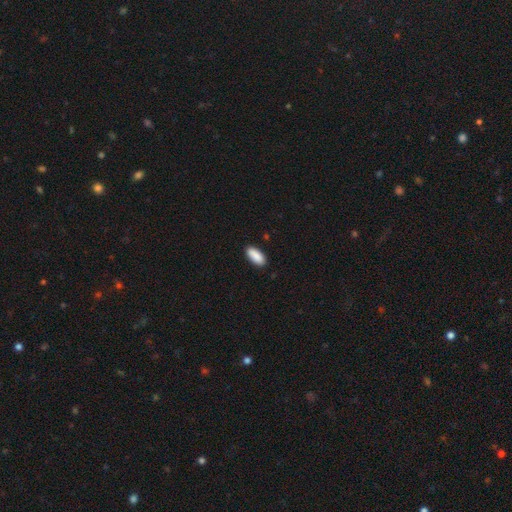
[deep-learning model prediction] smooth 90%, star or artifact 6%, featured or disk 4%. Down the decision tree: how rounded — in between (87%); merging — none (87%).